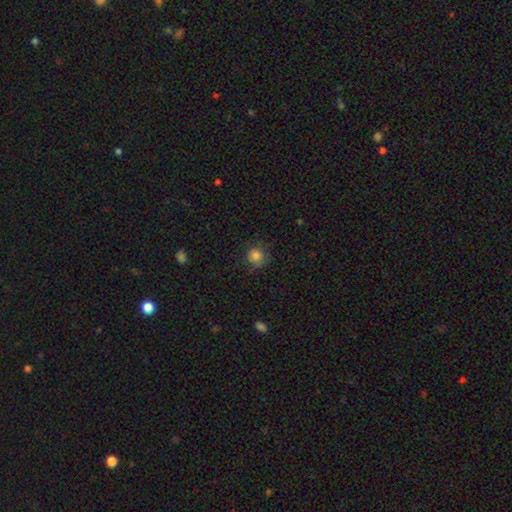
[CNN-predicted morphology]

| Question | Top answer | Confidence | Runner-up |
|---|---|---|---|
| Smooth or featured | smooth | 84% | star or artifact (11%) |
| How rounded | round | 91% | in between (8%) |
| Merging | none | 79% | minor disturbance (16%) |